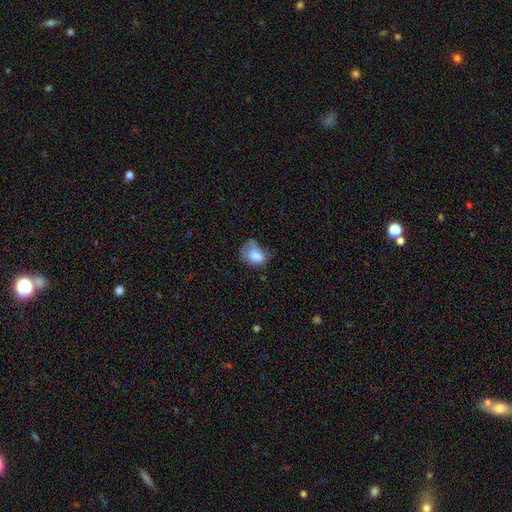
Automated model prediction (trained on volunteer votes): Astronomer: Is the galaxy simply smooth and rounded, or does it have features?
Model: smooth — 72%.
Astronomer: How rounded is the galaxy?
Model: in between — 68%.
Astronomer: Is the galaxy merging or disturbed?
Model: minor disturbance — 36% (runner-up: major disturbance, 34%).